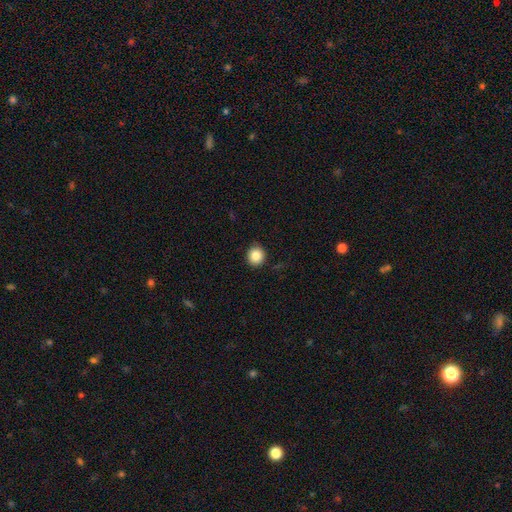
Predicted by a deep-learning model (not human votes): Smooth or featured?
  - smooth: 86% *
  - star or artifact: 10%
  - featured or disk: 5%
How rounded?
  - round: 89% *
  - in between: 10%
  - cigar-shaped: 1%
Merging?
  - none: 90% *
  - minor disturbance: 7%
  - major disturbance: 2%
  - merger: 1%